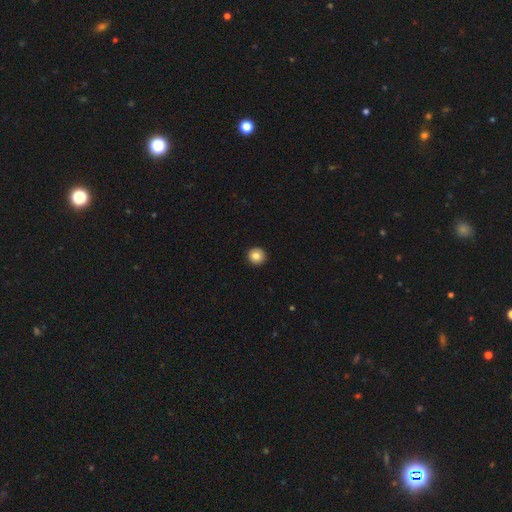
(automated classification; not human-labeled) A smooth galaxy with no disk features (83%) that is round (95%).

Vote fractions:
- Smooth or featured? smooth: 83% / star or artifact: 9% / featured or disk: 8%
- How rounded? round: 95% / in between: 4% / cigar-shaped: 1%
- Merging? none: 94% / minor disturbance: 4% / major disturbance: 1% / merger: 1%